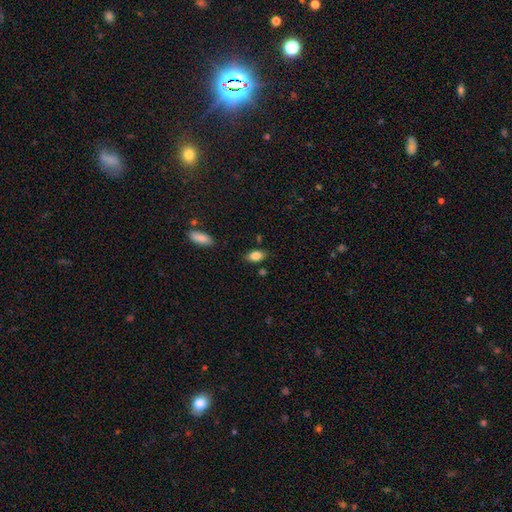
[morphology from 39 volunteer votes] smooth 87%, featured or disk 8%, star or artifact 5%. Down the decision tree: how rounded — in between (82%); merging — none (73%).